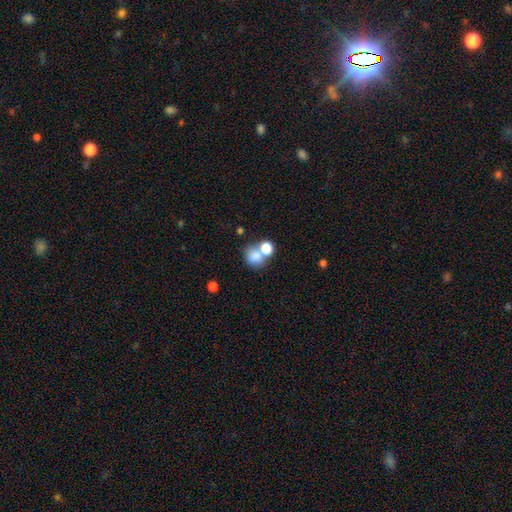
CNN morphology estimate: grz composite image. It shows a smooth galaxy with no disk features (79%) that is round (73%). Merging: merger (48%).